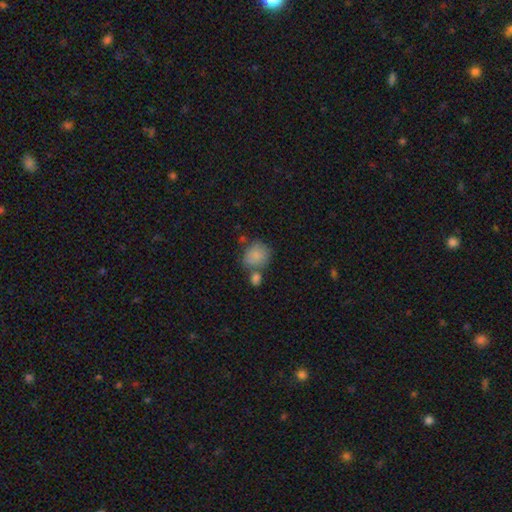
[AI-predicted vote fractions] This appears to be a smooth galaxy with no disk features (84%) that is round (70%). Merging: none (50%).